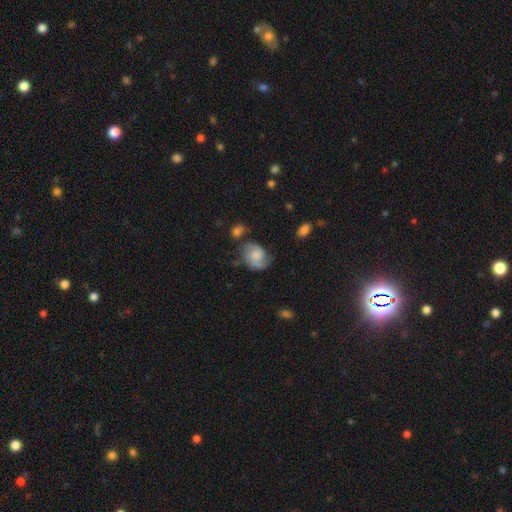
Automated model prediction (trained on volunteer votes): Smooth or featured?
  - featured or disk: 69% *
  - smooth: 24%
  - star or artifact: 7%
Edge-on disk?
  - no: 98% *
  - yes: 2%
Bar?
  - no: 60% *
  - weak: 35%
  - strong: 5%
Spiral arms?
  - yes: 94% *
  - no: 6%
Spiral winding?
  - medium: 47% *
  - tight: 29%
  - loose: 24%
Spiral arm count?
  - 2: 80% *
  - 1: 9%
  - can't tell: 8%
  - 3: 2%
  - 4: 1%
  - more than 4: 1%
Bulge size?
  - moderate: 30% *
  - none: 28%
  - small: 27%
  - large: 12%
  - dominant: 2%
Merging?
  - none: 60% *
  - minor disturbance: 23%
  - major disturbance: 11%
  - merger: 6%